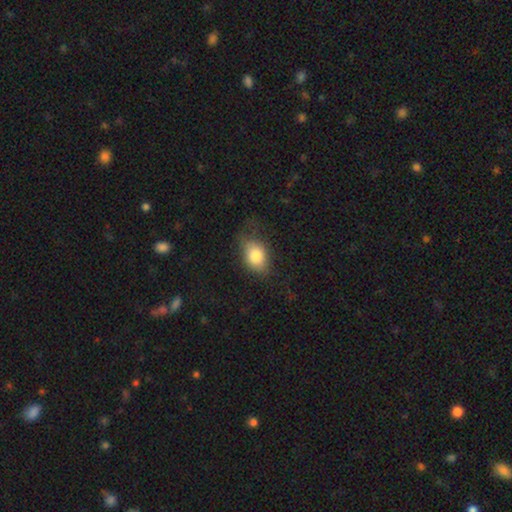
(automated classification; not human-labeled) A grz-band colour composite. It shows a smooth galaxy with no disk features (80%) that is in between round and cigar-shaped (80%). Merging: none (56%).